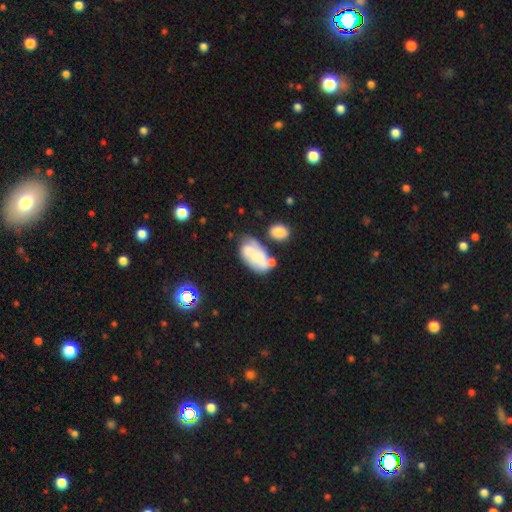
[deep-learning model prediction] This appears to be a featured or disk galaxy (48%). Merging: none (38%).